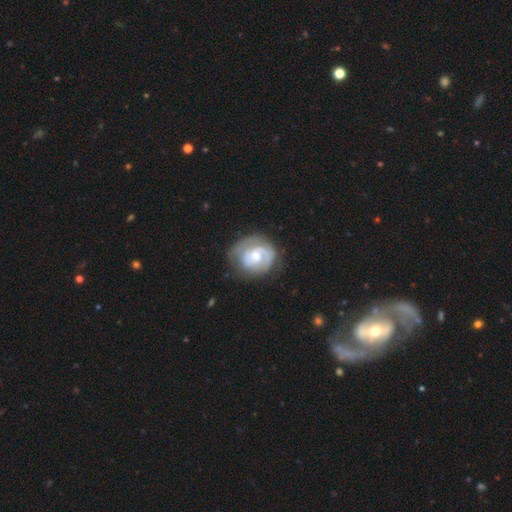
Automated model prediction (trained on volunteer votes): Smooth or featured: featured or disk — 74% (smooth — 21%)
Edge-on disk: no — 98% (yes — 2%)
Bar: no — 66% (weak — 29%)
Spiral arms: yes — 85% (no — 15%)
Spiral winding: tight — 55% (medium — 33%)
Spiral arm count: 2 — 45% (can't tell — 26%)
Bulge size: moderate — 57% (small — 37%)
Merging: none — 63% (minor disturbance — 23%)